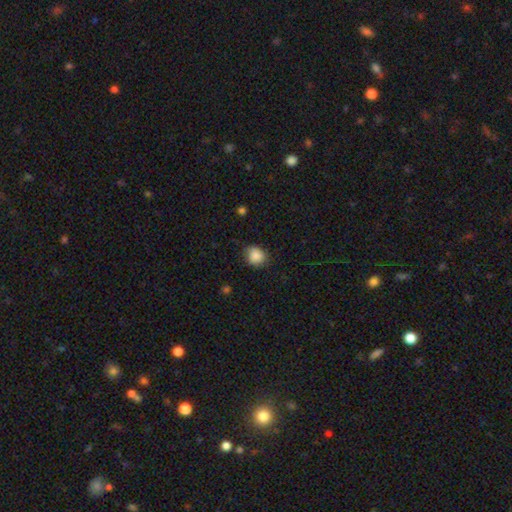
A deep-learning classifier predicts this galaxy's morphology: Smooth or featured?
  - smooth: 87% *
  - star or artifact: 9%
  - featured or disk: 5%
How rounded?
  - round: 70% *
  - in between: 29%
  - cigar-shaped: 1%
Merging?
  - none: 74% *
  - minor disturbance: 21%
  - major disturbance: 4%
  - merger: 1%